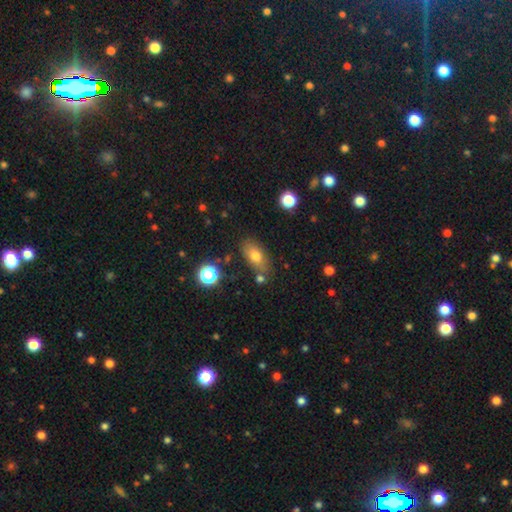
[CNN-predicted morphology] The model was most divided on "merging": none: 73%, minor disturbance: 15%, merger: 8%, major disturbance: 4%. More confident: how rounded — in between (83%); smooth or featured — smooth (74%).